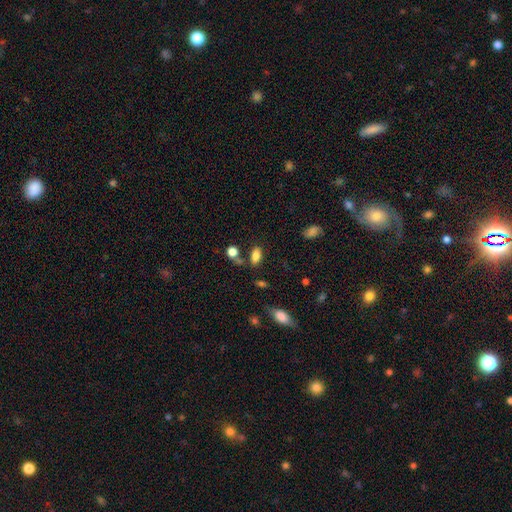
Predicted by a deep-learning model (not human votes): The model was most divided on "merging": none: 69%, minor disturbance: 14%, merger: 12%, major disturbance: 5%. More confident: how rounded — in between (88%); smooth or featured — smooth (83%).